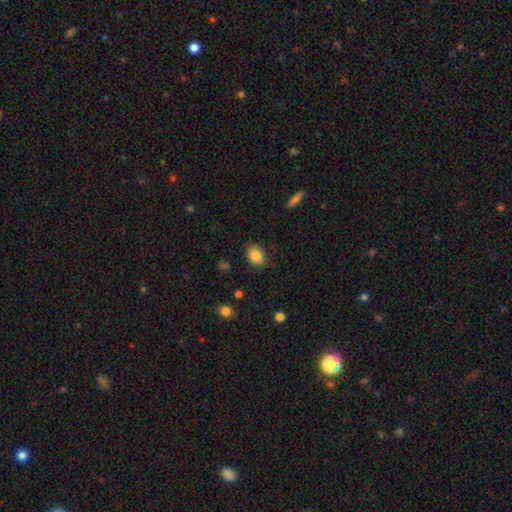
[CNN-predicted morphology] Overall: smooth (87%). How rounded: in between (74%). Merging: none (80%).